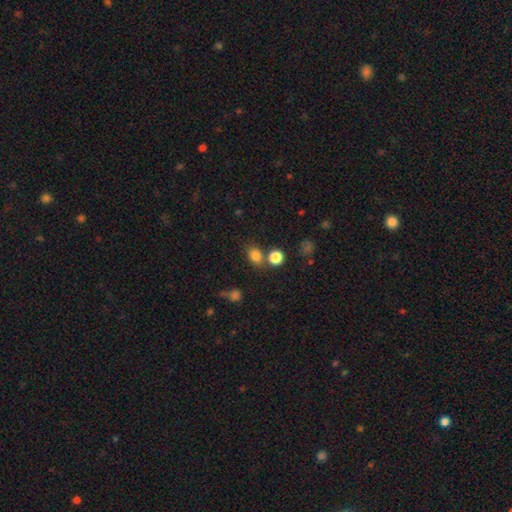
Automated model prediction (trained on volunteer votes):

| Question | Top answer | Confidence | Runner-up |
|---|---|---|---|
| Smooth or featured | smooth | 81% | star or artifact (13%) |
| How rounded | in between | 57% | round (42%) |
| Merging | none | 66% | merger (18%) |